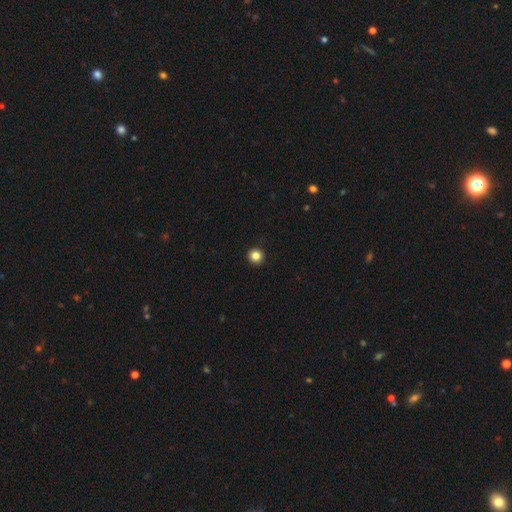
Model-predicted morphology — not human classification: smooth 85%, star or artifact 11%, featured or disk 4%. Down the decision tree: how rounded — round (95%); merging — none (94%).